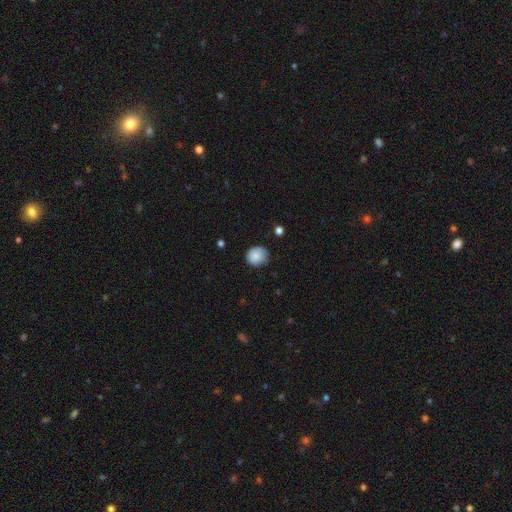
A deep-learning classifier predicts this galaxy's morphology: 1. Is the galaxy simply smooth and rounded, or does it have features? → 85% smooth, 8% star or artifact, 7% featured or disk.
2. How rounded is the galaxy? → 81% round, 18% in between, 1% cigar-shaped.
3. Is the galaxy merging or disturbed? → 71% none, 24% minor disturbance, 4% major disturbance, 1% merger.